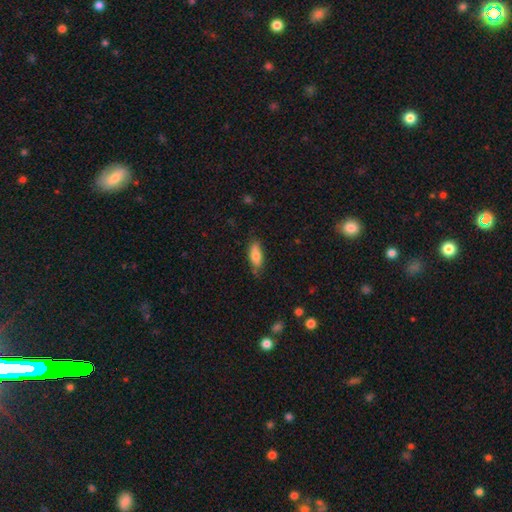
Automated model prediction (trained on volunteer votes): smooth_or_featured: smooth (p=0.76) [alt: featured or disk p=0.17]
how_rounded: in between (p=0.76) [alt: cigar-shaped p=0.22]
merging: none (p=0.70) [alt: minor disturbance p=0.24]